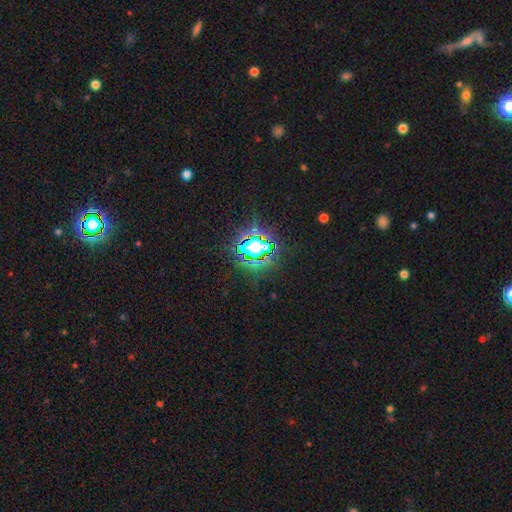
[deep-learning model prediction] Smooth or featured?
  - star or artifact: 78% *
  - smooth: 13%
  - featured or disk: 8%